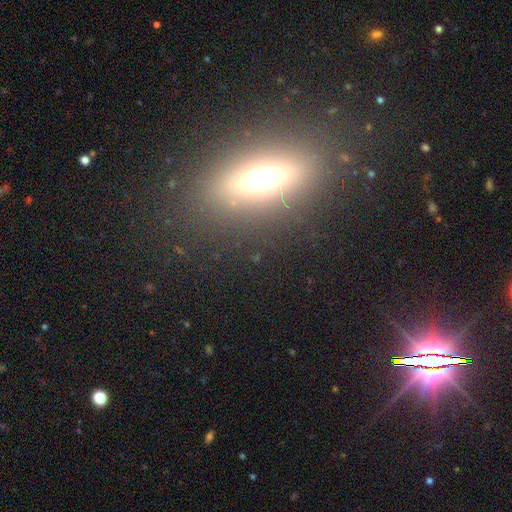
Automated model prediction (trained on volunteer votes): Smooth or featured? Predicted: smooth (p=0.47). Merging? Predicted: none (p=0.86).